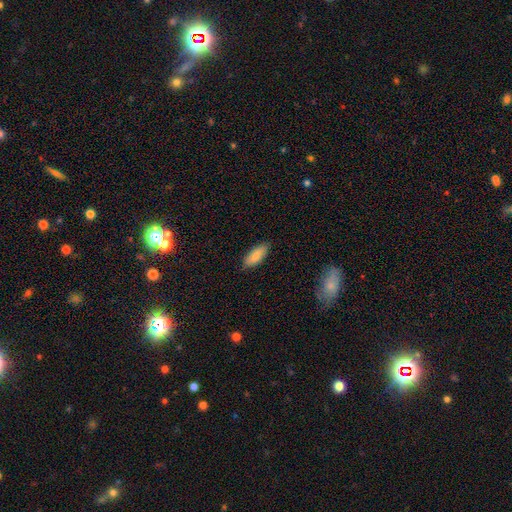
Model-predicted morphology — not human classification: This is clearly a smooth galaxy (84%). How rounded: likely in between (79%). Merging: clearly none (83%).